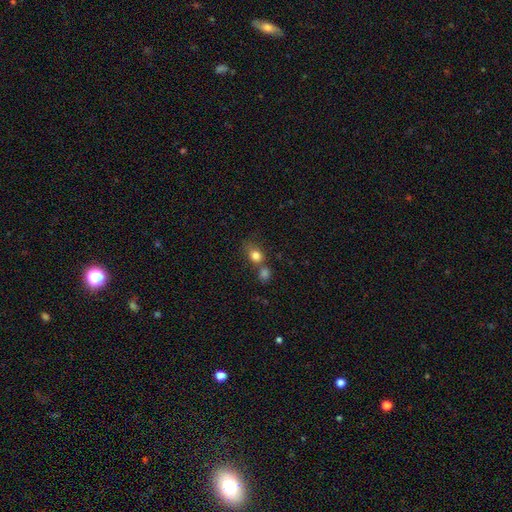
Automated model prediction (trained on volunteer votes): smooth-or-featured: smooth: 81% | star or artifact: 11% | featured or disk: 8%
  how-rounded: round: 56% | in between: 42% | cigar-shaped: 1%
  merging: none: 43% | merger: 36% | minor disturbance: 14% | major disturbance: 7%